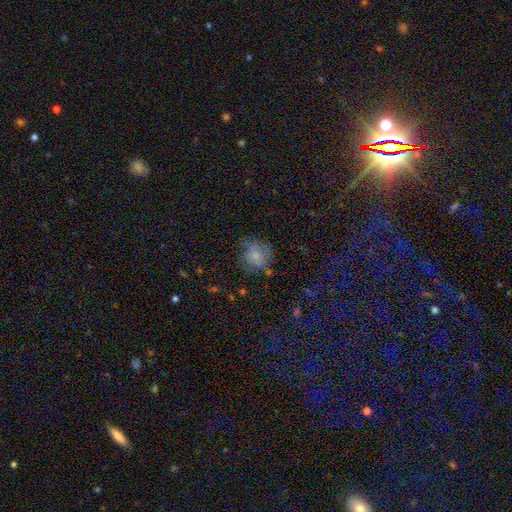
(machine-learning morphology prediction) smooth 70%, featured or disk 20%, star or artifact 10%. Down the decision tree: how rounded — round (82%); merging — none (62%).